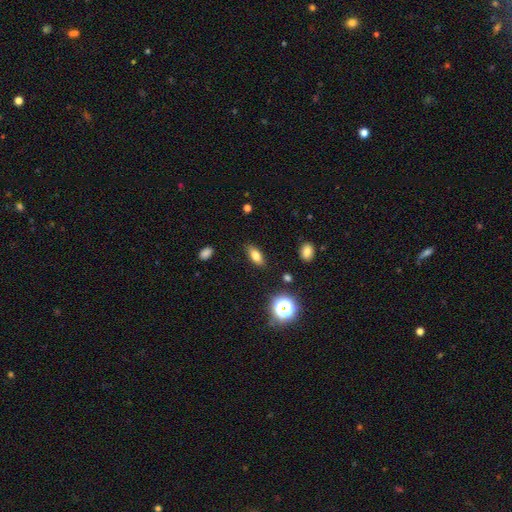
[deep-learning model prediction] The model was most divided on "smooth or featured": smooth: 75%, star or artifact: 13%, featured or disk: 12%. More confident: merging — none (85%); how rounded — in between (81%).